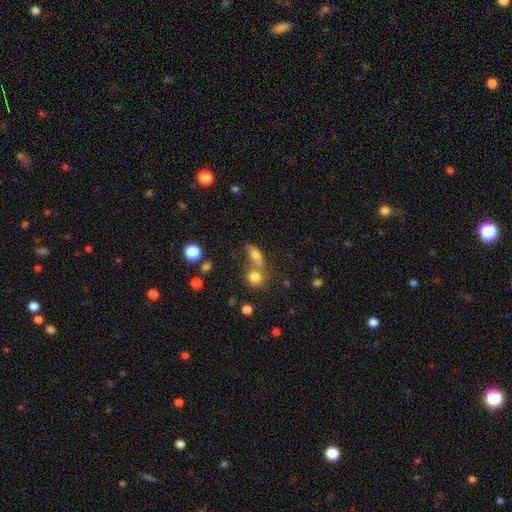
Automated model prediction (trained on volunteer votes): smooth-or-featured: smooth: 70% | featured or disk: 16% | star or artifact: 14%
  how-rounded: in between: 65% | round: 22% | cigar-shaped: 13%
  merging: merger: 43% | none: 40% | minor disturbance: 10% | major disturbance: 6%